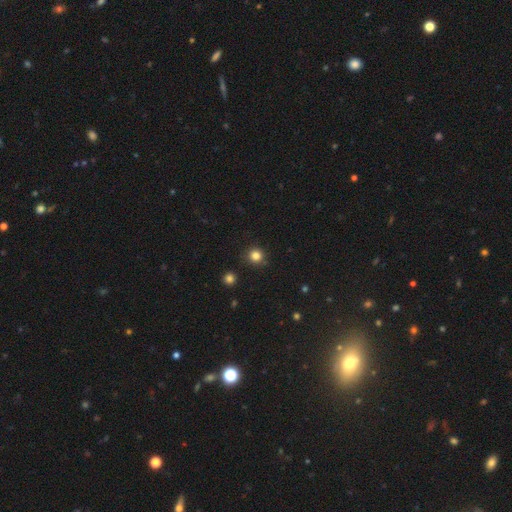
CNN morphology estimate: Q: Smooth or featured?
A: smooth (83%); runner-up: star or artifact (13%)
Q: How rounded?
A: round (94%); runner-up: in between (5%)
Q: Merging?
A: none (89%); runner-up: minor disturbance (7%)